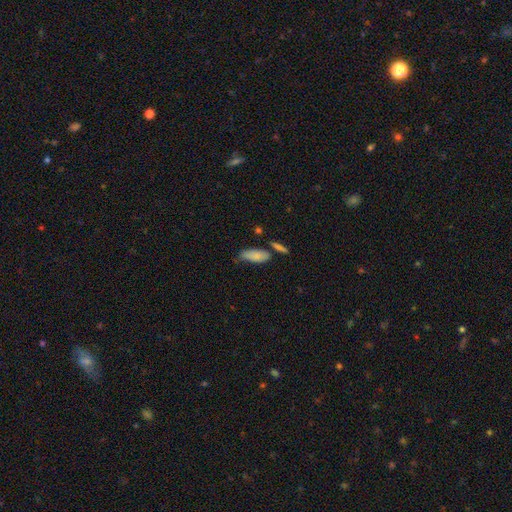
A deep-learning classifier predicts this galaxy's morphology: This is likely a smooth galaxy (80%). How rounded: clearly in between (80%). Merging: possibly none (46%).